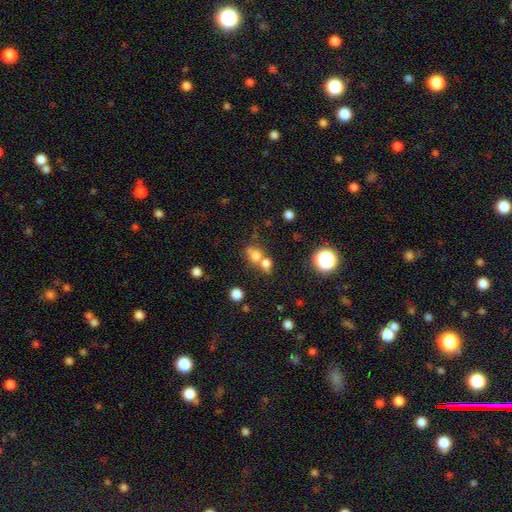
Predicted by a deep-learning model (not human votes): Morphology: type=smooth (69%); roundness=round (68%); merging=merger (56%).